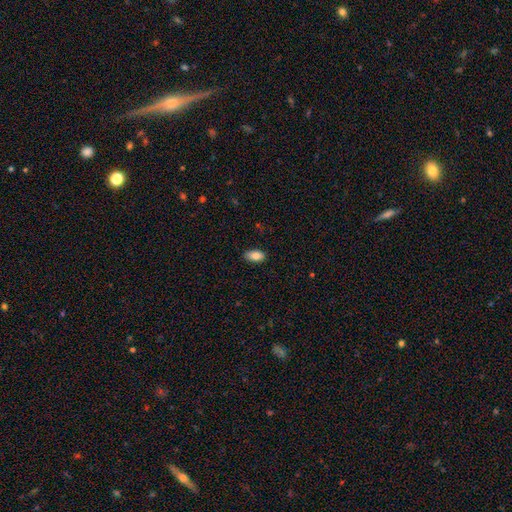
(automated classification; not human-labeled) The model was most divided on "merging": none: 84%, minor disturbance: 13%, major disturbance: 2%, merger: 1%. More confident: how rounded — in between (92%); smooth or featured — smooth (85%).